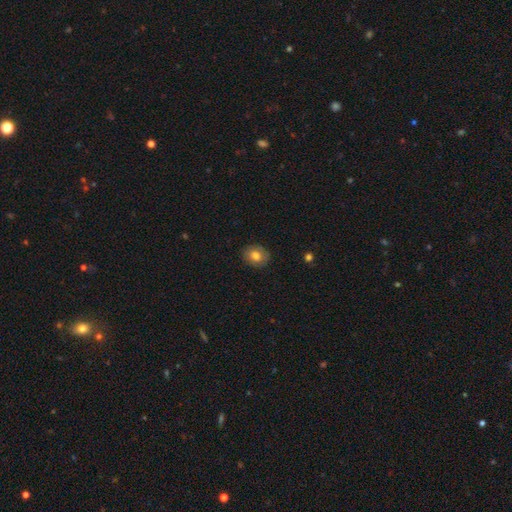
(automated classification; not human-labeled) Smooth or featured? Predicted: smooth (p=0.77). How rounded? Predicted: round (p=0.54). Merging? Predicted: none (p=0.87).